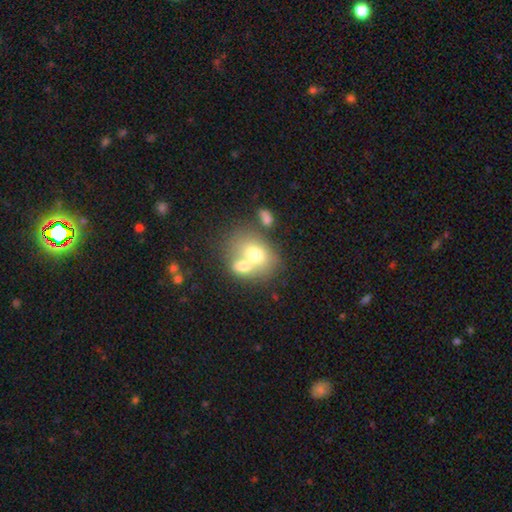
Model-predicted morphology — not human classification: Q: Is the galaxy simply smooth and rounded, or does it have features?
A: smooth — 67%.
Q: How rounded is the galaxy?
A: in between — 61%.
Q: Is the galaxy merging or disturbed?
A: merger — 61%.